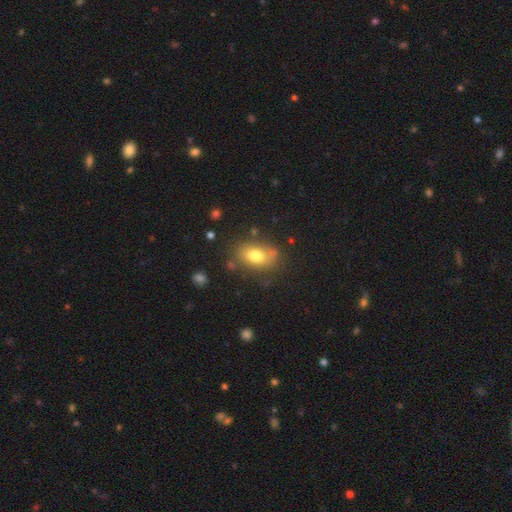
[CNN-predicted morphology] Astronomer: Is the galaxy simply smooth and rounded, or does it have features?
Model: smooth — 75%.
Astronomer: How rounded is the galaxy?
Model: in between — 85%.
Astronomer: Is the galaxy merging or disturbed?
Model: none — 72%.